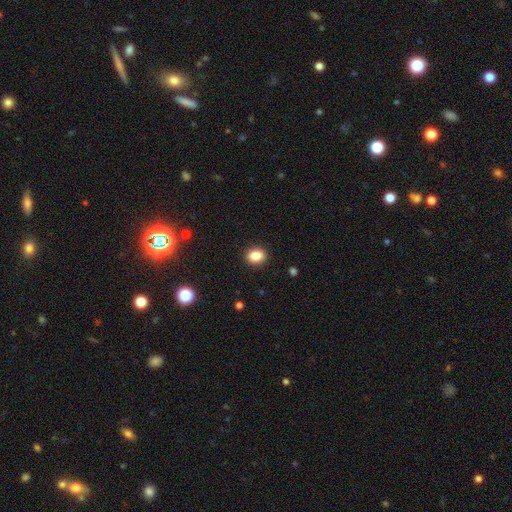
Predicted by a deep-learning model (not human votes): Smooth or featured? Predicted: smooth (p=0.85). How rounded? Predicted: in between (p=0.58). Merging? Predicted: none (p=0.91).